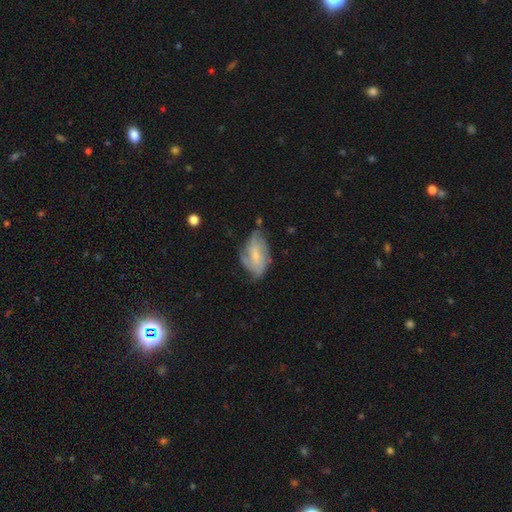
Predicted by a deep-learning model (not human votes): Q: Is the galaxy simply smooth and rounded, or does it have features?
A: featured or disk — 64%.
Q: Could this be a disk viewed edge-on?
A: no — 96%.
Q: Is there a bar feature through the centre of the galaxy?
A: no — 53%.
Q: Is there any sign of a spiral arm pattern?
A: yes — 84%.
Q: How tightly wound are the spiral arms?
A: tight — 41%.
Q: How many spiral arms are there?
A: can't tell — 34%.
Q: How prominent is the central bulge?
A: small — 63%.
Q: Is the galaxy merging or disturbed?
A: none — 50%.